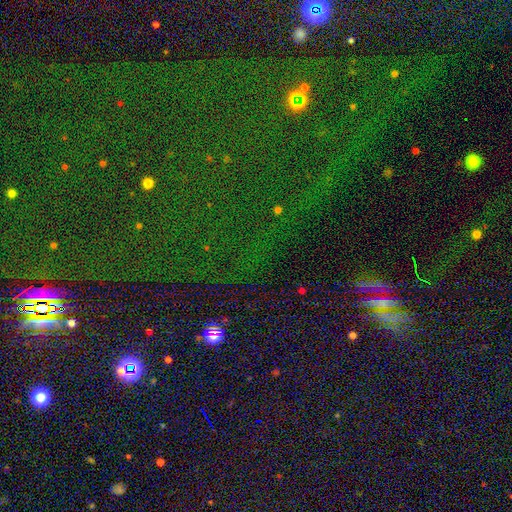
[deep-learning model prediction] Overall: star or artifact (82%).